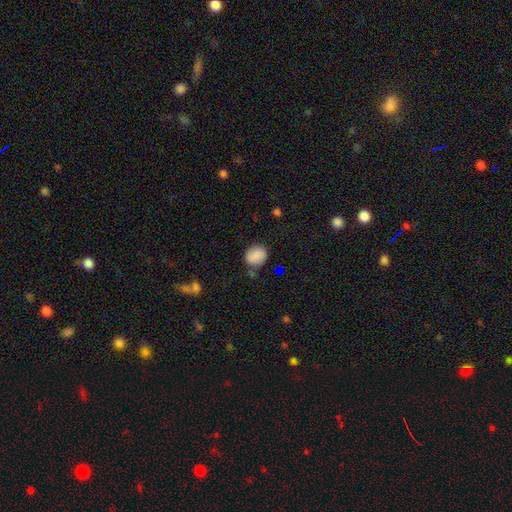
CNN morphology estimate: The model was most divided on "how rounded": round: 66%, in between: 33%, cigar-shaped: 1%. More confident: smooth or featured — smooth (86%); merging — none (78%).